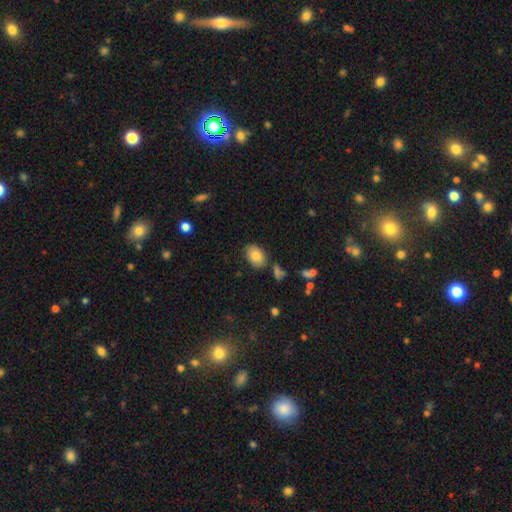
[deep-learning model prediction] A smooth galaxy with no disk features (82%) that is in between round and cigar-shaped (82%). Merging: none (79%).